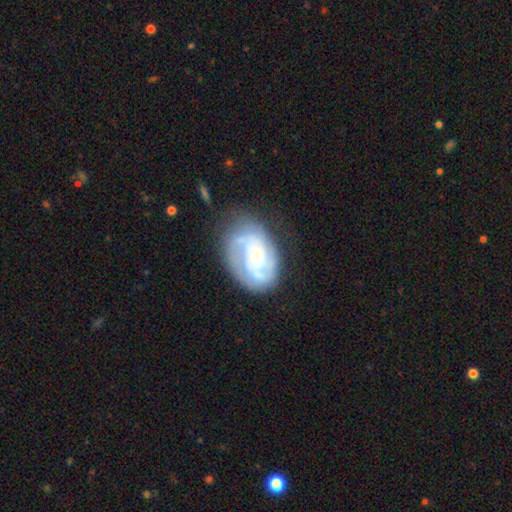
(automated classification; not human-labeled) This is likely a featured or disk galaxy (79%). It is clearly not viewed edge-on (98%). Bar: likely no (71%). Spiral arm pattern: clearly yes (93%). Spiral arm count: marginally 2 (33%). Spiral winding: possibly tight (53%). Central bulge: likely small (75%). Merging: likely none (62%).